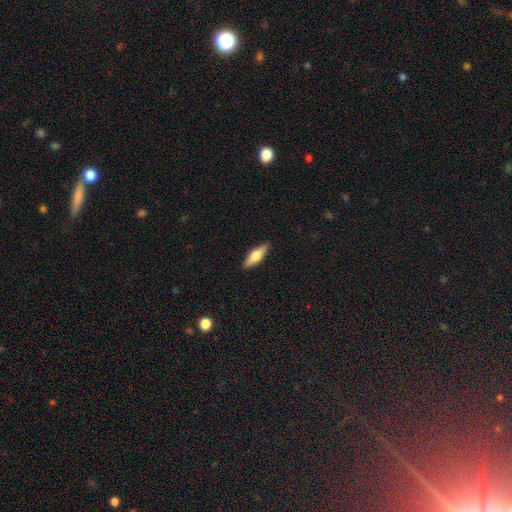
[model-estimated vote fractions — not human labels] Overall: smooth (58%; featured or disk 36%). How rounded: in between (50%; cigar-shaped 48%). Merging: none (89%).